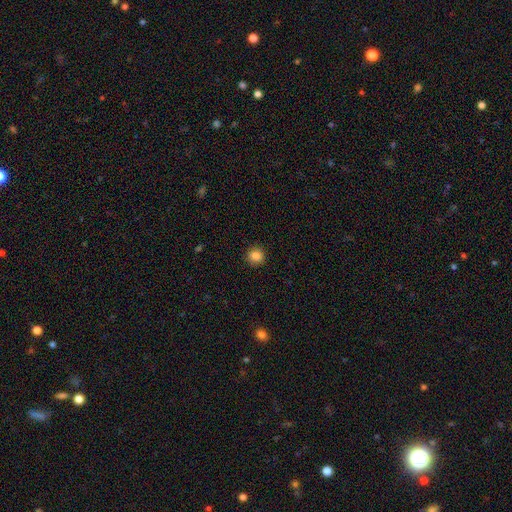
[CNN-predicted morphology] smooth_or_featured: smooth (p=0.85) [alt: star or artifact p=0.10]
how_rounded: round (p=0.90) [alt: in between p=0.09]
merging: none (p=0.92) [alt: minor disturbance p=0.05]